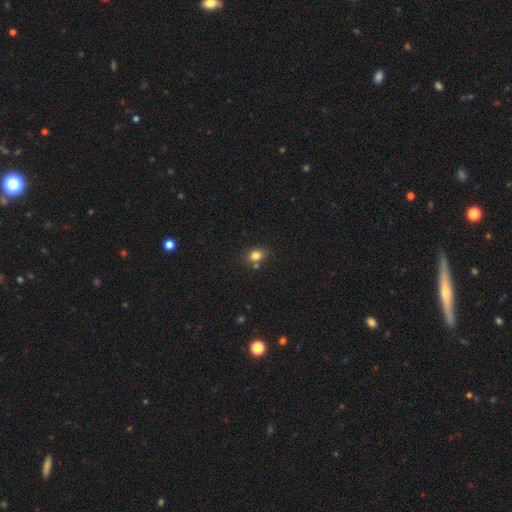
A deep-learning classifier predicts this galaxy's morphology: Q: Smooth or featured?
A: smooth (81%); runner-up: star or artifact (12%)
Q: How rounded?
A: in between (51%); runner-up: round (48%)
Q: Merging?
A: none (71%); runner-up: merger (13%)